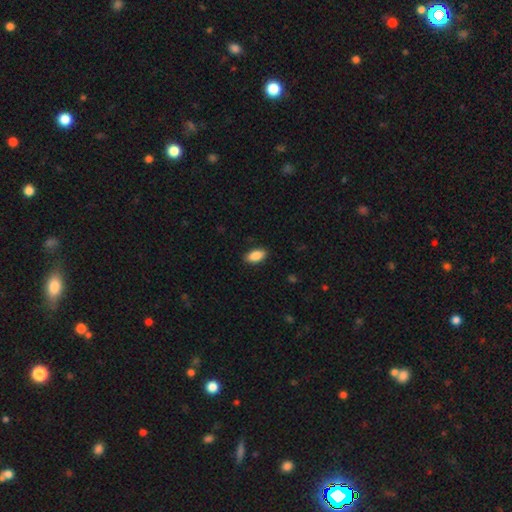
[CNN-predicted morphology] Smooth or featured? Predicted: smooth (p=0.88). How rounded? Predicted: in between (p=0.92). Merging? Predicted: none (p=0.89).